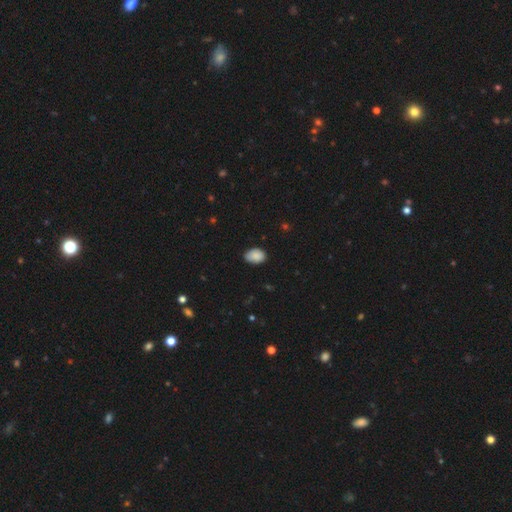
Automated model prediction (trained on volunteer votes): Q: Smooth or featured?
A: smooth (87%); runner-up: star or artifact (8%)
Q: How rounded?
A: in between (83%); runner-up: round (16%)
Q: Merging?
A: none (75%); runner-up: minor disturbance (21%)